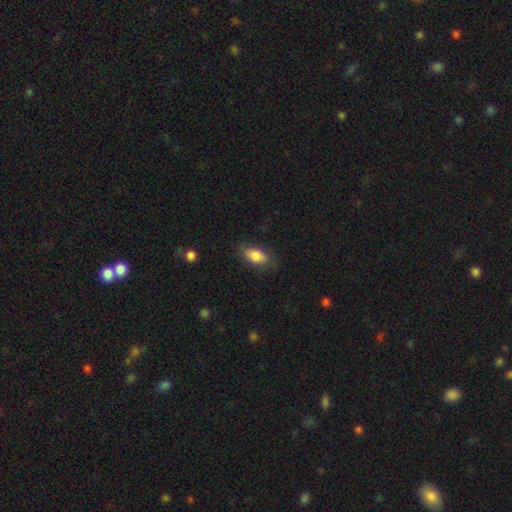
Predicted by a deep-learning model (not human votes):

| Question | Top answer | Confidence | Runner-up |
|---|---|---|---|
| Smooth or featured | smooth | 81% | featured or disk (12%) |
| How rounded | in between | 90% | round (6%) |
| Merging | none | 74% | minor disturbance (19%) |